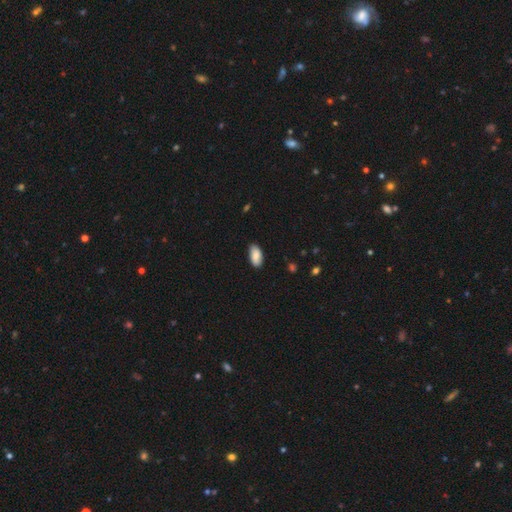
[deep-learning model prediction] smooth-or-featured: smooth: 87% | featured or disk: 7% | star or artifact: 6%
  how-rounded: in between: 94% | cigar-shaped: 3% | round: 2%
  merging: none: 84% | minor disturbance: 13% | major disturbance: 2% | merger: 1%